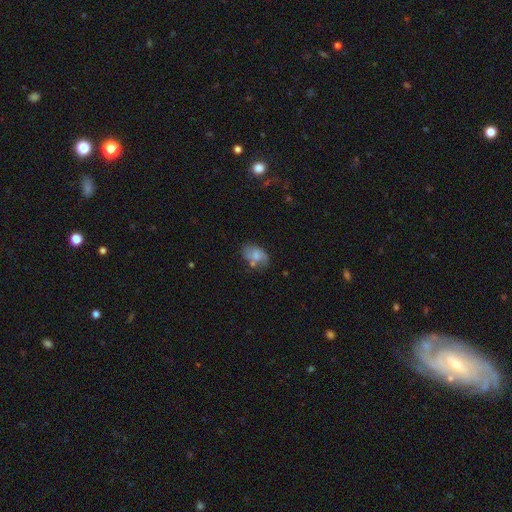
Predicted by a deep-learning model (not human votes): Smooth or featured? smooth (61%)
How rounded? in between (87%)
Merging? none (55%)